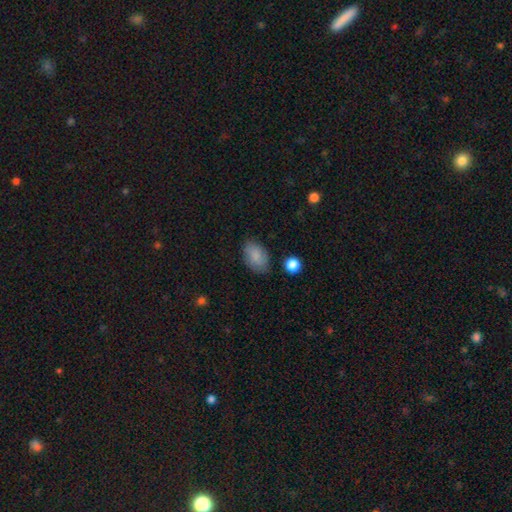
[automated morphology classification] Smooth or featured: smooth — 83% (featured or disk — 9%)
How rounded: in between — 90% (round — 8%)
Merging: none — 78% (minor disturbance — 16%)